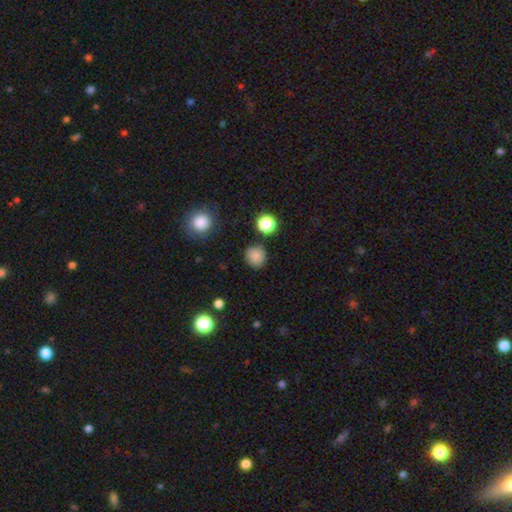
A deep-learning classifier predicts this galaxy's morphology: Smooth or featured? smooth (84%)
How rounded? round (90%)
Merging? none (85%)